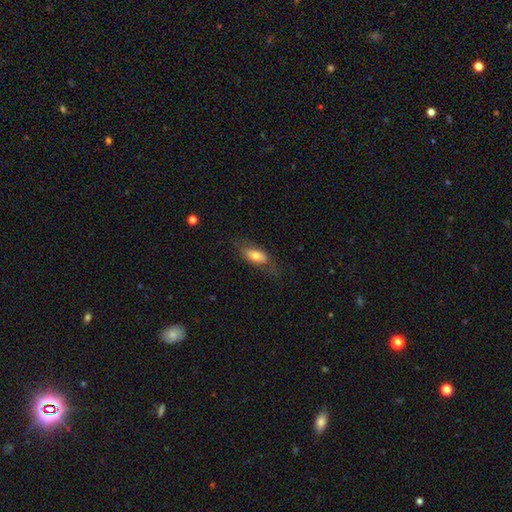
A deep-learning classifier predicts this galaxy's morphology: A smooth galaxy with no disk features (67%) that is in between round and cigar-shaped (79%).

Vote fractions:
- Smooth or featured? smooth: 67% / featured or disk: 26% / star or artifact: 7%
- How rounded? in between: 79% / cigar-shaped: 18% / round: 3%
- Merging? none: 64% / minor disturbance: 23% / major disturbance: 12% / merger: 1%